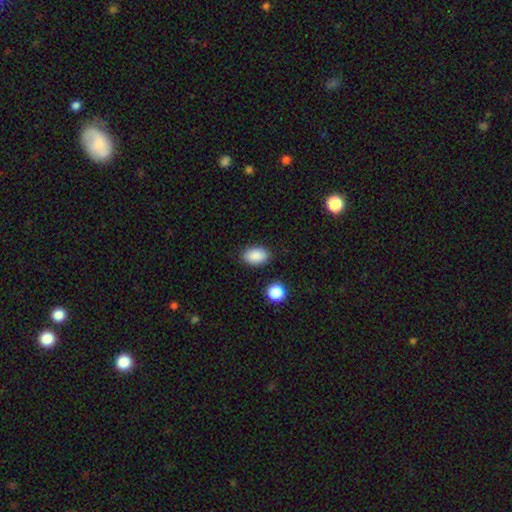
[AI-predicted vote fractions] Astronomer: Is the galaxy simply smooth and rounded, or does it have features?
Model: smooth — 89%.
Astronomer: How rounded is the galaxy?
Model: in between — 88%.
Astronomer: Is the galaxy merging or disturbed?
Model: none — 86%.